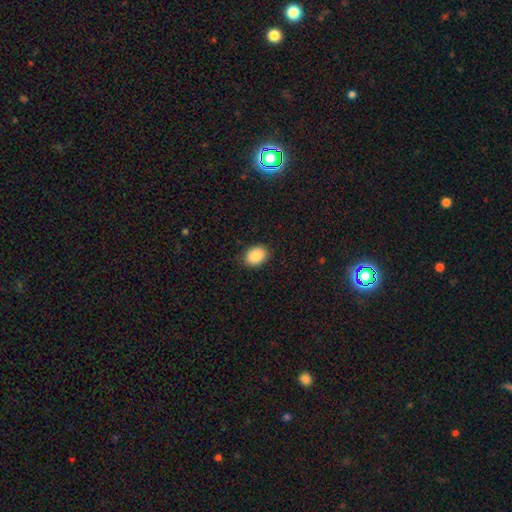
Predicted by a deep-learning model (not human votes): Smooth or featured? smooth (89%)
How rounded? in between (74%)
Merging? none (87%)